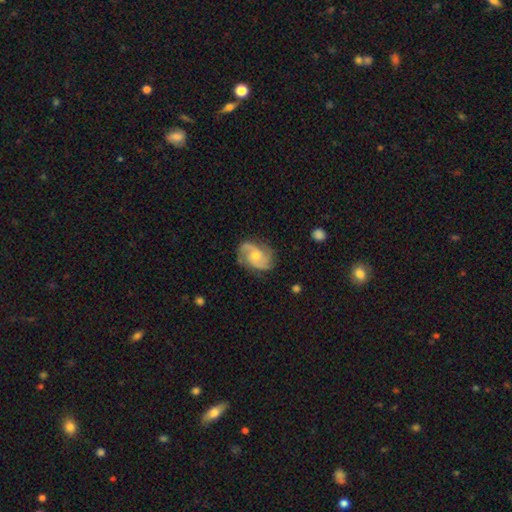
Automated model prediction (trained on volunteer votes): Smooth or featured: featured or disk — 82% (smooth — 12%)
Edge-on disk: no — 97% (yes — 3%)
Bar: no — 63% (weak — 31%)
Spiral arms: yes — 96% (no — 4%)
Spiral winding: medium — 50% (tight — 25%)
Spiral arm count: 2 — 78% (3 — 10%)
Bulge size: moderate — 55% (small — 39%)
Merging: none — 76% (minor disturbance — 17%)